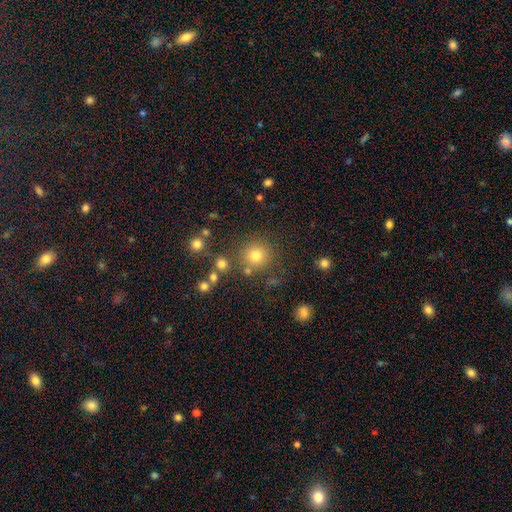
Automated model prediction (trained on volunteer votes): This appears to be a smooth galaxy with no disk features (77%) that is round (94%). Merging: none (81%).